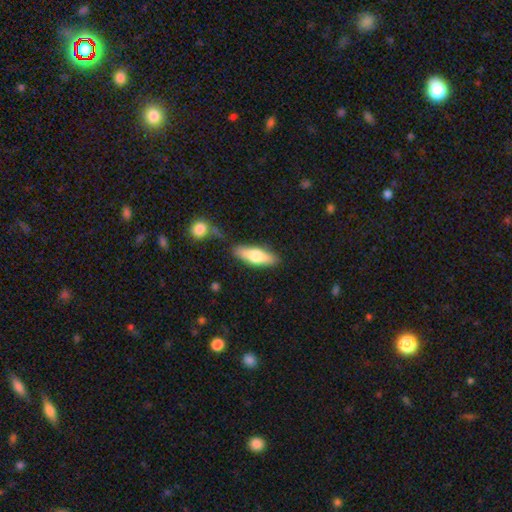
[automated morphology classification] type=smooth (63%); roundness=in between (54%); merging=none (77%).